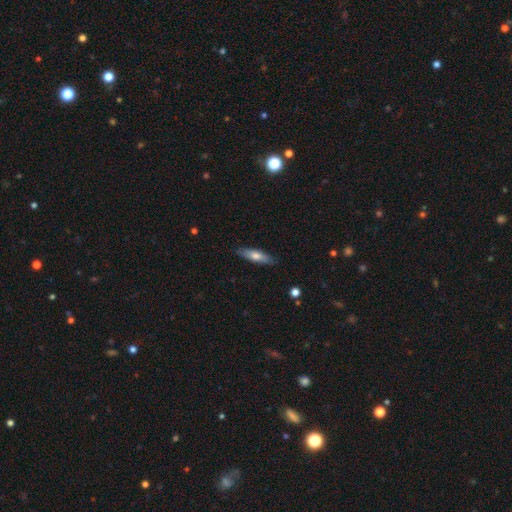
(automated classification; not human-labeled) A smooth galaxy with no disk features (64%) that is cigar-shaped (67%).

Vote fractions:
- Smooth or featured? smooth: 64% / featured or disk: 29% / star or artifact: 6%
- How rounded? cigar-shaped: 67% / in between: 31% / round: 2%
- Merging? none: 87% / minor disturbance: 10% / major disturbance: 2% / merger: 1%